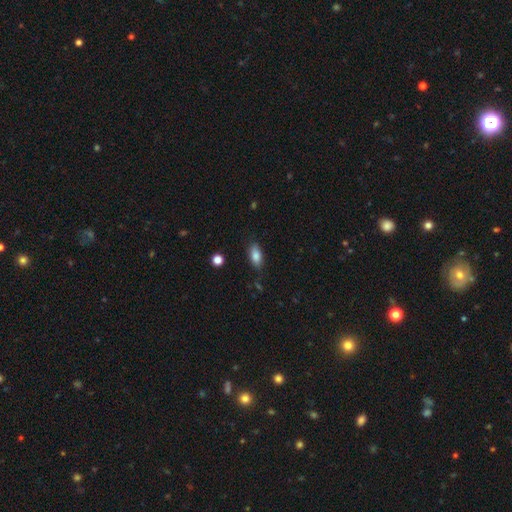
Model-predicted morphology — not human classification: This appears to be a smooth galaxy with no disk features (83%) that is in between round and cigar-shaped (87%). Merging: none (82%).